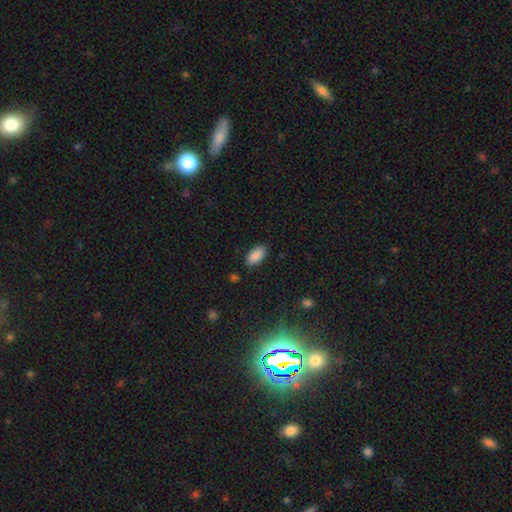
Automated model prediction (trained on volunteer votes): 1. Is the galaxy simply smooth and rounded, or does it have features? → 87% smooth, 8% star or artifact, 5% featured or disk.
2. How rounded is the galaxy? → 93% in between, 4% cigar-shaped, 3% round.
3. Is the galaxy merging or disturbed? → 84% none, 11% minor disturbance, 3% major disturbance, 2% merger.